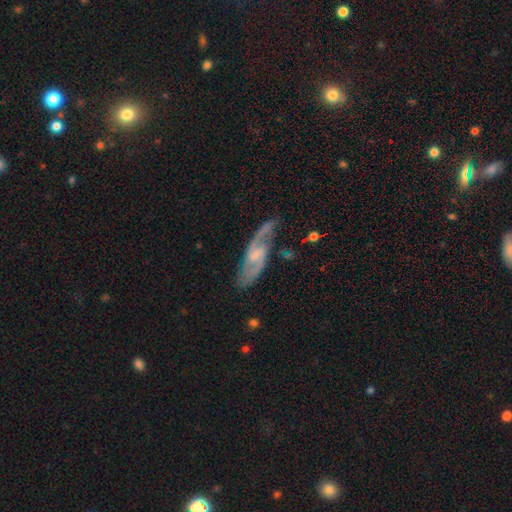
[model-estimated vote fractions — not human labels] Overall: featured or disk (87%). Edge-on disk: no (92%). Bar: weak (54%; no 31%). Spiral arms: yes (96%). Spiral arm count: 2 (91%). Spiral winding: medium (53%; loose 31%). Bulge size: small (57%; moderate 26%). Merging: none (74%).